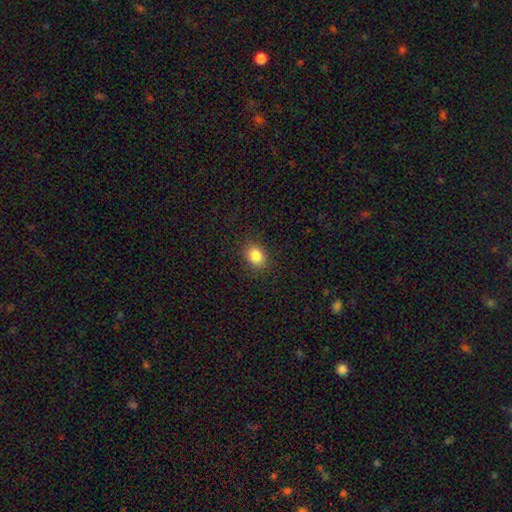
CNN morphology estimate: Smooth or featured? smooth (85%)
How rounded? in between (50%)
Merging? none (88%)